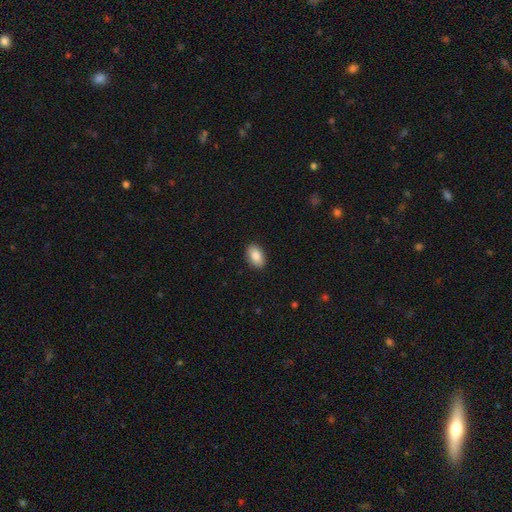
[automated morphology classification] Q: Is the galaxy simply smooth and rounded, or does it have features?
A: smooth — 87%.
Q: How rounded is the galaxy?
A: in between — 91%.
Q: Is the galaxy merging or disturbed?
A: none — 90%.